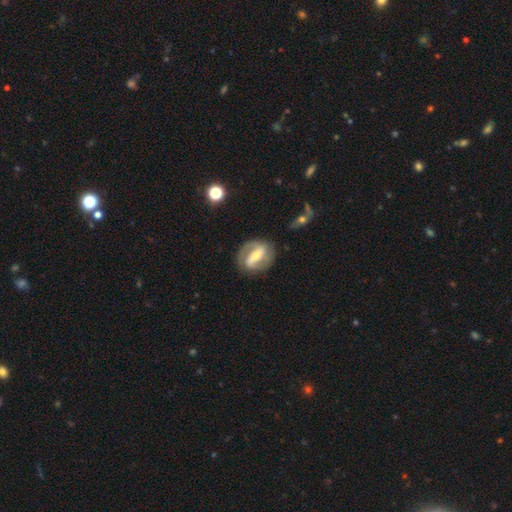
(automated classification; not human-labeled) Morphology: type=featured or disk (79%); edge-on=no (94%); bar=strong (65%); spiral arms=yes (86%); winding=medium (42%); arm count=2 (87%); bulge=moderate (48%); merging=none (81%).